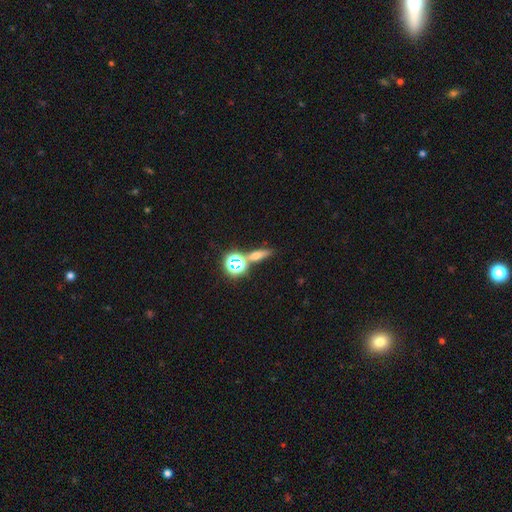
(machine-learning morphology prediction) This appears to be a smooth galaxy with no disk features (50%) that is cigar-shaped (43%). Merging: none (68%).